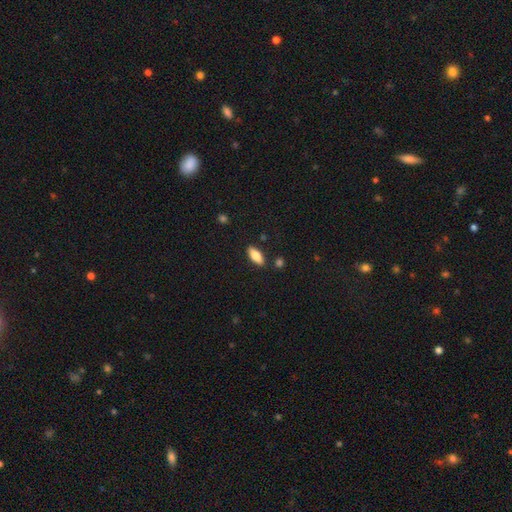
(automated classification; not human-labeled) Overall: smooth (77%). How rounded: in between (76%). Merging: none (86%).